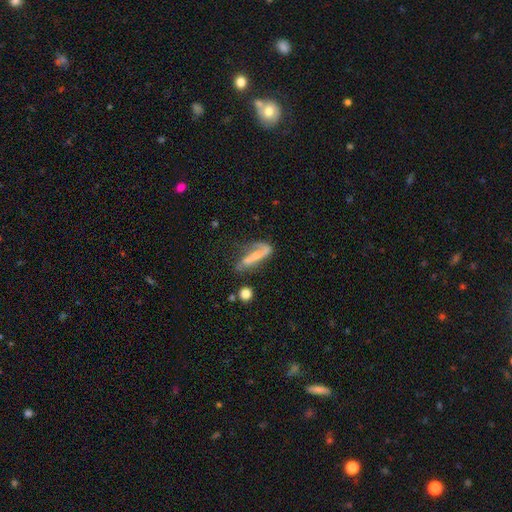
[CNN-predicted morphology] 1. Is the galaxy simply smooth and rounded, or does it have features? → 60% featured or disk, 32% smooth, 8% star or artifact.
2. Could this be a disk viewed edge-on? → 78% no, 22% yes.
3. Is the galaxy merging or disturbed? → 38% none, 28% major disturbance, 24% minor disturbance, 10% merger.